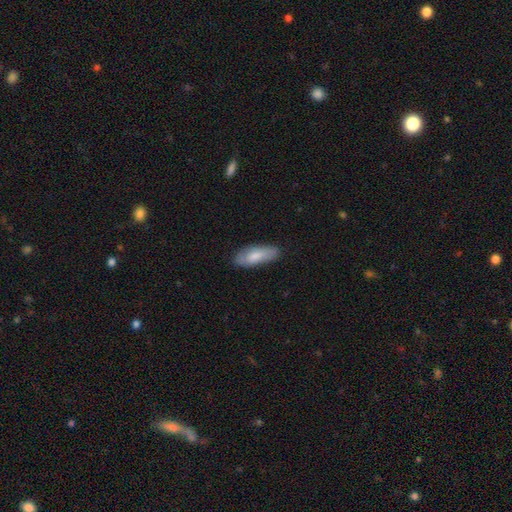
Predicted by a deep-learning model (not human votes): Q: Smooth or featured?
A: smooth (77%); runner-up: featured or disk (17%)
Q: How rounded?
A: in between (71%); runner-up: cigar-shaped (27%)
Q: Merging?
A: none (79%); runner-up: minor disturbance (16%)